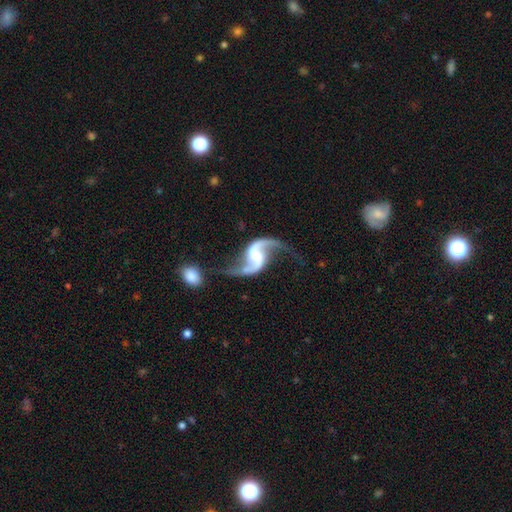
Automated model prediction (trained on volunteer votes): This appears to be a featured or disk galaxy (94%) with a weak bar (43%), 2 (95%) loose (79%) spiral arms (98%) and a small central bulge (38%). Merging: none (64%).